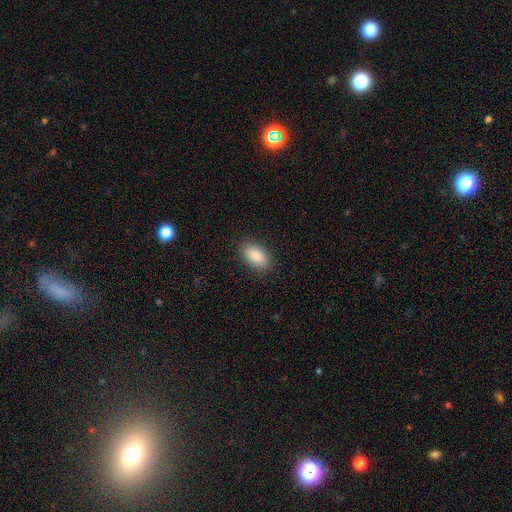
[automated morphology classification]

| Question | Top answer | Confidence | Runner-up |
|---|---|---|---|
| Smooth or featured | smooth | 90% | star or artifact (6%) |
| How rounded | in between | 94% | round (4%) |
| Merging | none | 88% | minor disturbance (8%) |